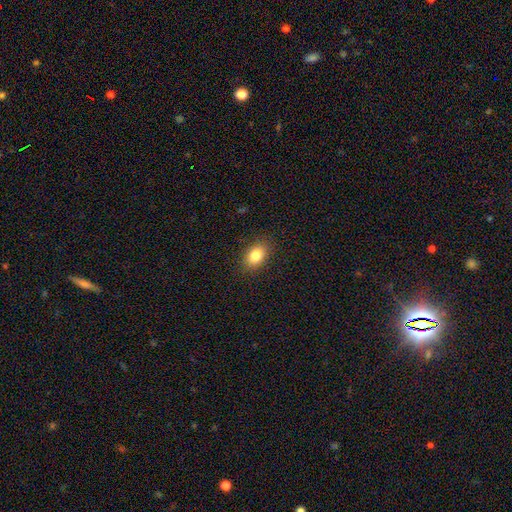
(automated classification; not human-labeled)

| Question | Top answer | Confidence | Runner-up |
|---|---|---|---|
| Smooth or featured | smooth | 83% | star or artifact (9%) |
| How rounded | in between | 82% | round (17%) |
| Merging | none | 87% | minor disturbance (9%) |